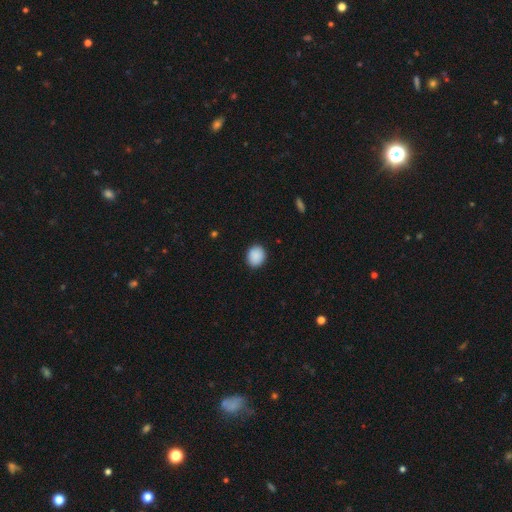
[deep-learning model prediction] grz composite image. It shows a smooth galaxy with no disk features (90%) that is round (69%). Merging: none (89%).